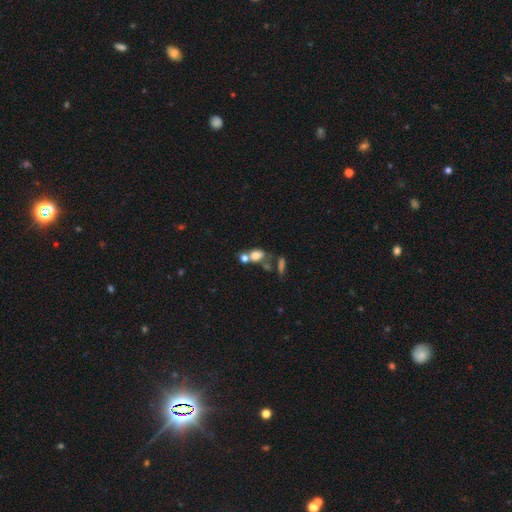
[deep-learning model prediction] A smooth galaxy with no disk features (70%) that is in between round and cigar-shaped (66%).

Vote fractions:
- Smooth or featured? smooth: 70% / featured or disk: 17% / star or artifact: 13%
- How rounded? in between: 66% / round: 30% / cigar-shaped: 4%
- Merging? merger: 47% / none: 34% / minor disturbance: 11% / major disturbance: 8%